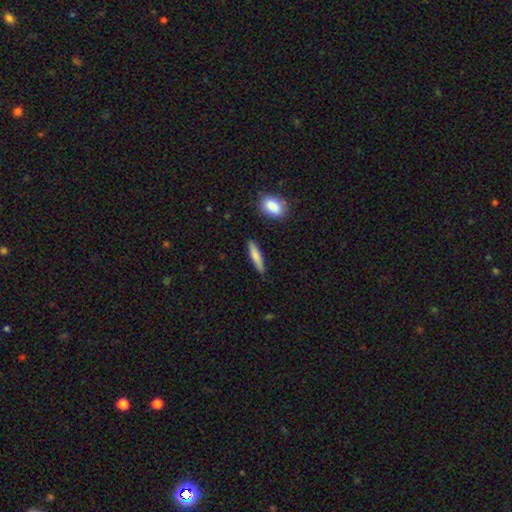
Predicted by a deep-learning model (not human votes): Q: Smooth or featured?
A: smooth (77%); runner-up: featured or disk (18%)
Q: How rounded?
A: cigar-shaped (84%); runner-up: in between (14%)
Q: Merging?
A: none (86%); runner-up: minor disturbance (9%)